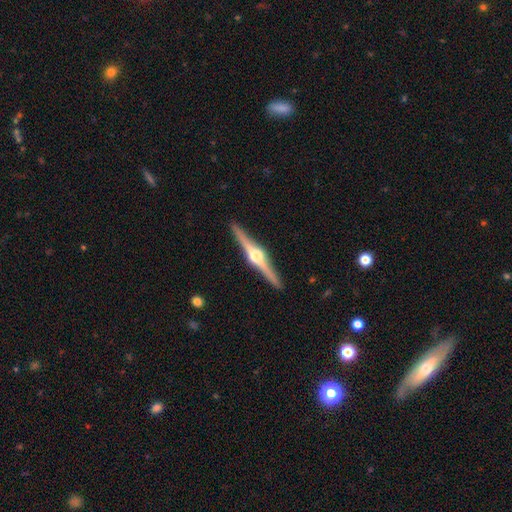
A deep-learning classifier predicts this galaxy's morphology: Smooth or featured?
  - featured or disk: 88% *
  - smooth: 7%
  - star or artifact: 4%
Edge-on disk?
  - yes: 99% *
  - no: 1%
Edge-on bulge?
  - rounded: 96% *
  - boxy: 2%
  - none: 1%
Merging?
  - none: 93% *
  - minor disturbance: 5%
  - major disturbance: 1%
  - merger: 1%